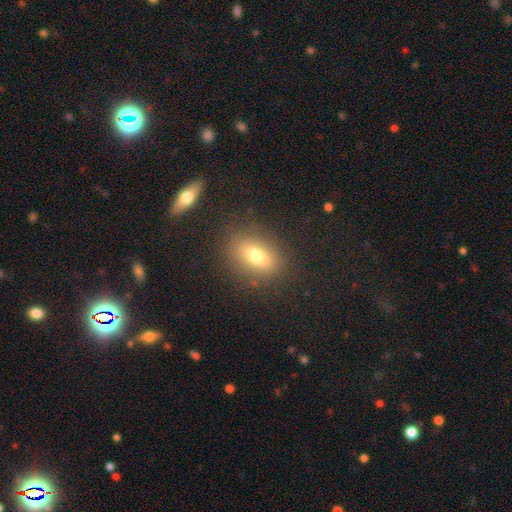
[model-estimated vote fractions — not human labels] The model was most divided on "smooth or featured": smooth: 70%, featured or disk: 19%, star or artifact: 12%. More confident: merging — none (82%); how rounded — in between (76%).